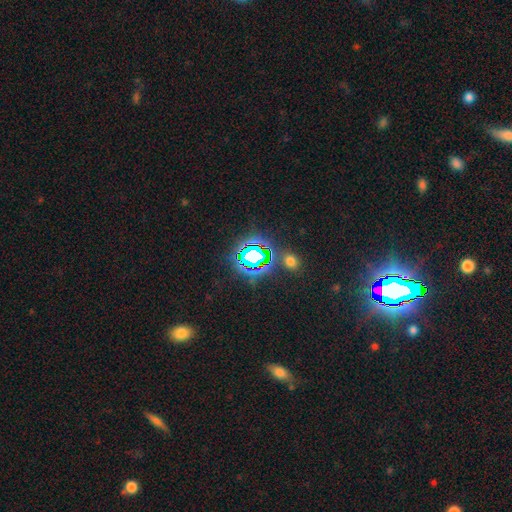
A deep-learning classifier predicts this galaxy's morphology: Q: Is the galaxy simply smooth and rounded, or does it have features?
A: star or artifact — 71%.